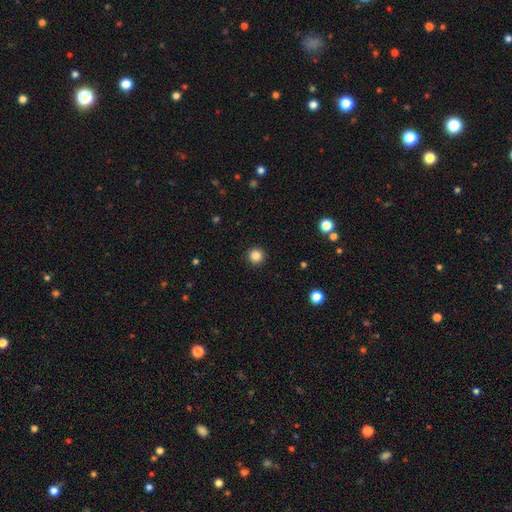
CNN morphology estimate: This appears to be a smooth galaxy with no disk features (85%) that is round (96%). Merging: none (93%).